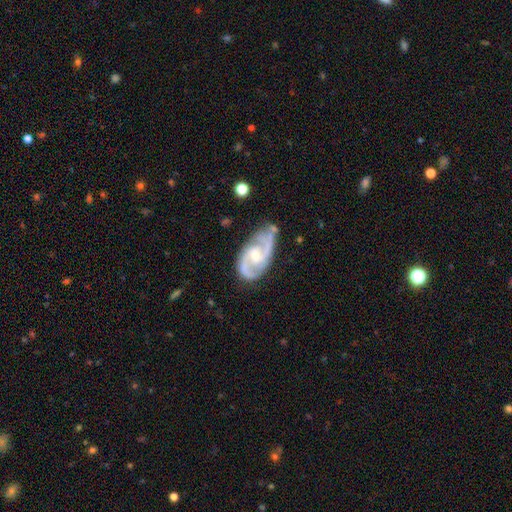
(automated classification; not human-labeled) The model was most divided on "bulge size": moderate: 49%, small: 46%, none: 2%, large: 2%, dominant: 1%. Remaining: spiral arms — yes (98%); edge-on disk — no (97%); smooth or featured — featured or disk (90%); spiral arm count — 2 (83%); merging — none (59%); spiral winding — medium (56%); bar — weak (47%).